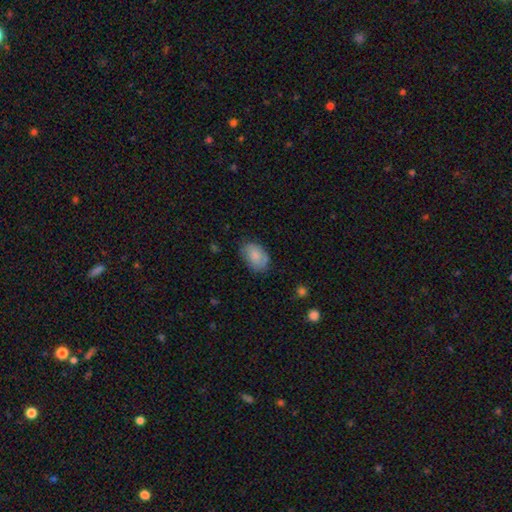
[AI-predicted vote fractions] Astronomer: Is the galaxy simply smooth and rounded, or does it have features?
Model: smooth — 79%.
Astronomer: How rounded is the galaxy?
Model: in between — 85%.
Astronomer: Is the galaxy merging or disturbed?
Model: none — 71%.